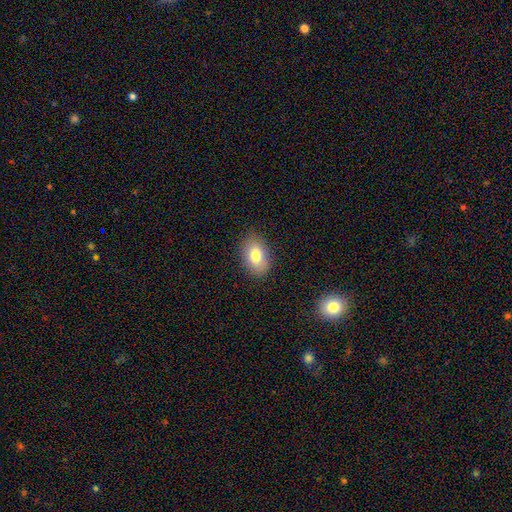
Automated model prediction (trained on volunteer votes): smooth-or-featured: smooth: 78% | featured or disk: 14% | star or artifact: 8%
  how-rounded: in between: 88% | round: 11% | cigar-shaped: 1%
  merging: none: 85% | minor disturbance: 11% | major disturbance: 3% | merger: 1%